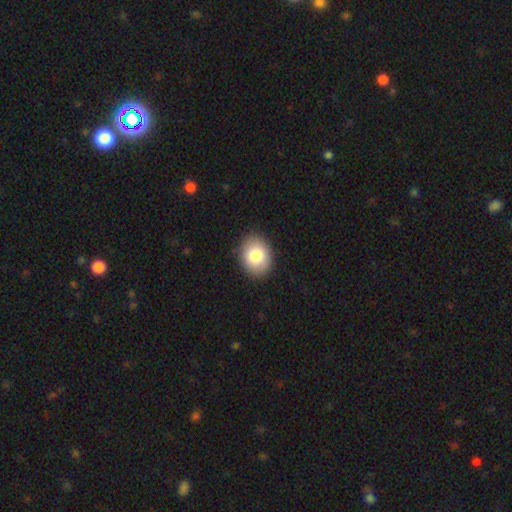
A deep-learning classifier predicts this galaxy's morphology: Smooth or featured?
  - smooth: 84% *
  - featured or disk: 9%
  - star or artifact: 7%
How rounded?
  - in between: 64% *
  - round: 35%
  - cigar-shaped: 1%
Merging?
  - none: 89% *
  - minor disturbance: 8%
  - major disturbance: 2%
  - merger: 1%